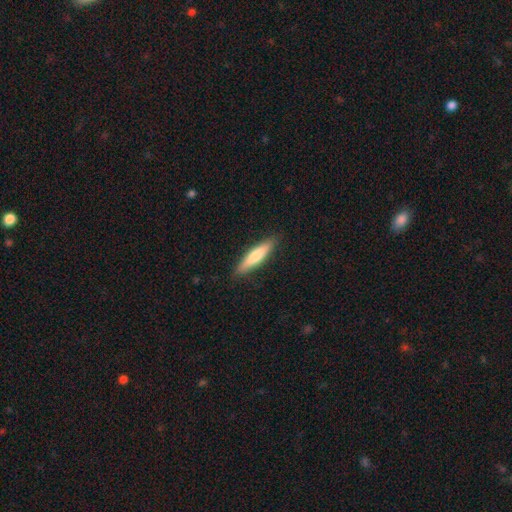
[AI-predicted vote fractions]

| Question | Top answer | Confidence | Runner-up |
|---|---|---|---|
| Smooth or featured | smooth | 69% | featured or disk (26%) |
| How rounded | cigar-shaped | 83% | in between (15%) |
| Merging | none | 89% | minor disturbance (8%) |